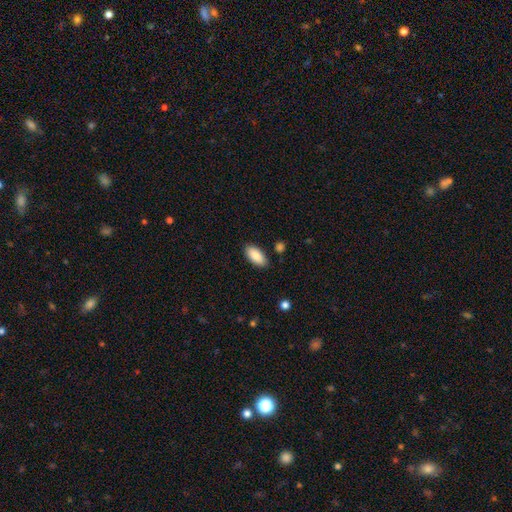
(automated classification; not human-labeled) Smooth or featured: smooth — 88% (star or artifact — 6%)
How rounded: in between — 91% (cigar-shaped — 8%)
Merging: none — 87% (minor disturbance — 9%)